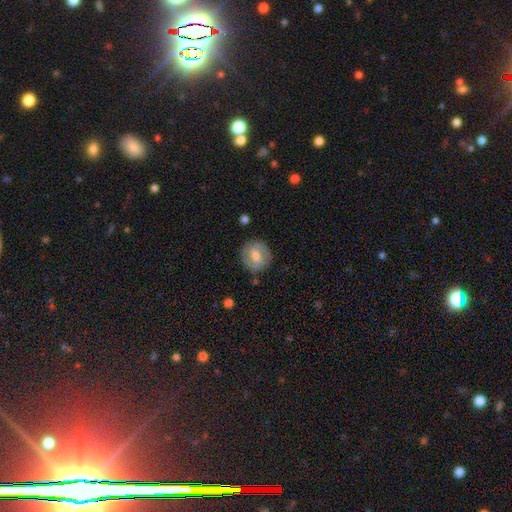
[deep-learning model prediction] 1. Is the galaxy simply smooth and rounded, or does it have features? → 63% featured or disk, 32% smooth, 6% star or artifact.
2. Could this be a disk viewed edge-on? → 96% no, 4% yes.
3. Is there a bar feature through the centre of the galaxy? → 47% weak, 34% strong, 19% no.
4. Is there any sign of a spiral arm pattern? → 70% yes, 30% no.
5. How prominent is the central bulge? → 63% moderate, 20% small, 12% large, 3% none, 1% dominant.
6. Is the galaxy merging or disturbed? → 84% none, 11% minor disturbance, 3% major disturbance, 2% merger.